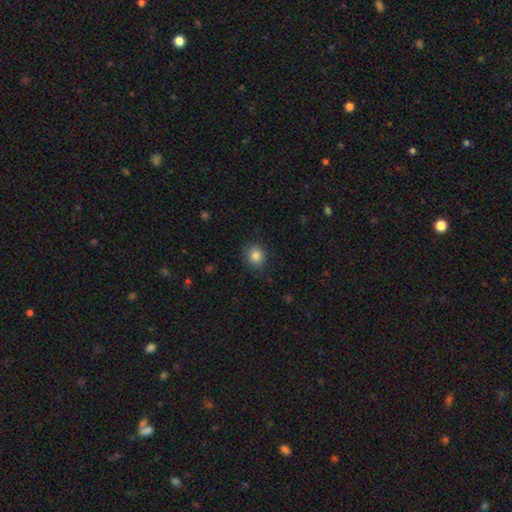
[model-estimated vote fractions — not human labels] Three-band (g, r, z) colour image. It shows a smooth galaxy with no disk features (84%) that is round (81%). Merging: none (87%).